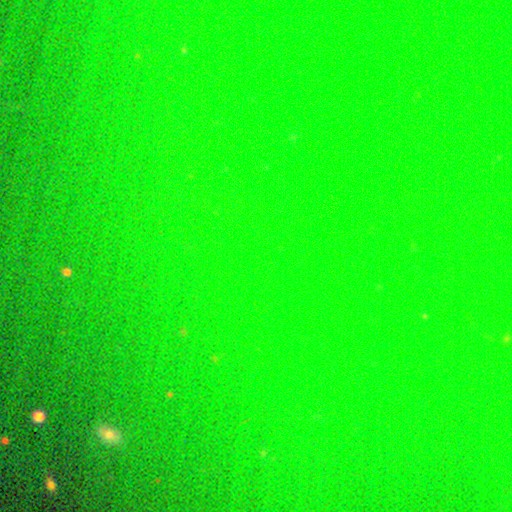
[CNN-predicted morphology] A star or artifact, not a galaxy (78%).